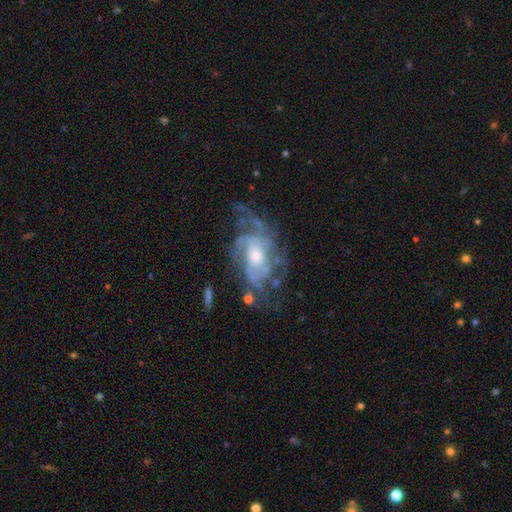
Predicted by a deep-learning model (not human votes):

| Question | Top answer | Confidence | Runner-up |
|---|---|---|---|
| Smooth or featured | featured or disk | 84% | smooth (9%) |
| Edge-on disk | no | 96% | yes (4%) |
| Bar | no | 68% | weak (26%) |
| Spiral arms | yes | 87% | no (13%) |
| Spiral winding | tight | 45% | medium (39%) |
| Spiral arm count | can't tell | 42% | 3 (17%) |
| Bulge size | moderate | 54% | small (36%) |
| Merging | none | 54% | major disturbance (22%) |